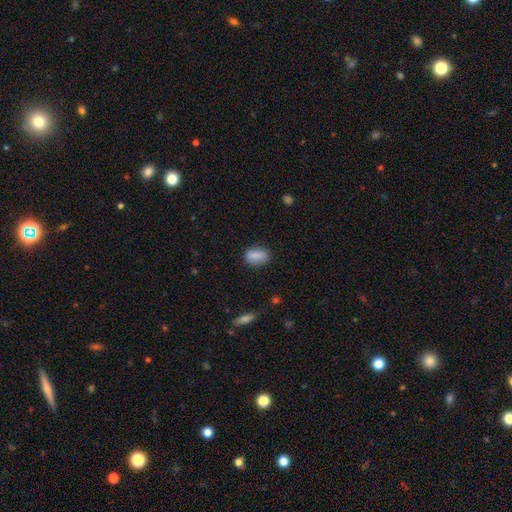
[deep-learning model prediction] A smooth galaxy with no disk features (86%) that is in between round and cigar-shaped (82%).

Vote fractions:
- Smooth or featured? smooth: 86% / star or artifact: 8% / featured or disk: 7%
- How rounded? in between: 82% / round: 12% / cigar-shaped: 5%
- Merging? none: 80% / minor disturbance: 14% / major disturbance: 4% / merger: 2%